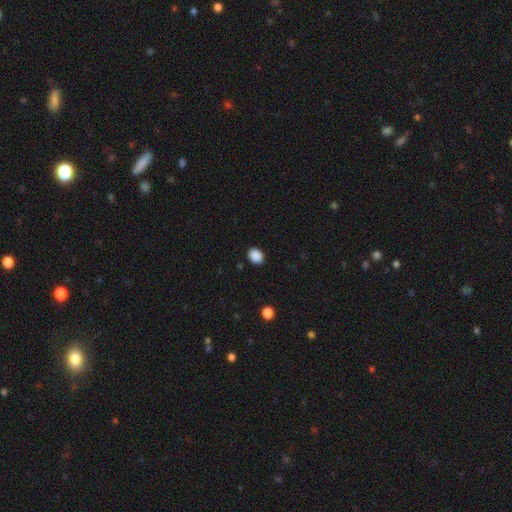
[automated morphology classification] type=smooth (89%); roundness=in between (59%); merging=none (89%).